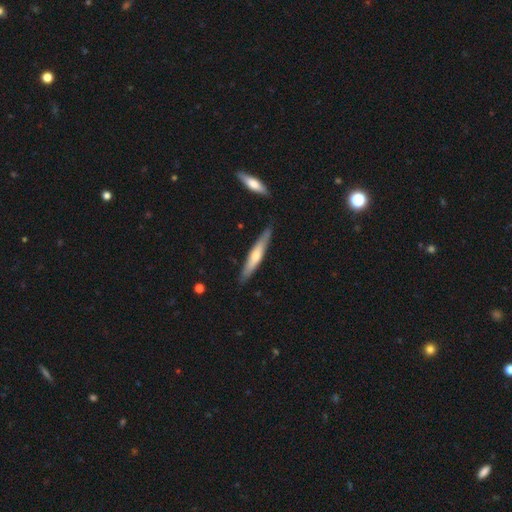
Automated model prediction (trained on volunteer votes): A featured or disk galaxy (48%).

Vote fractions:
- Smooth or featured? featured or disk: 48% / smooth: 47% / star or artifact: 5%
- Merging? none: 86% / minor disturbance: 11% / merger: 2% / major disturbance: 2%